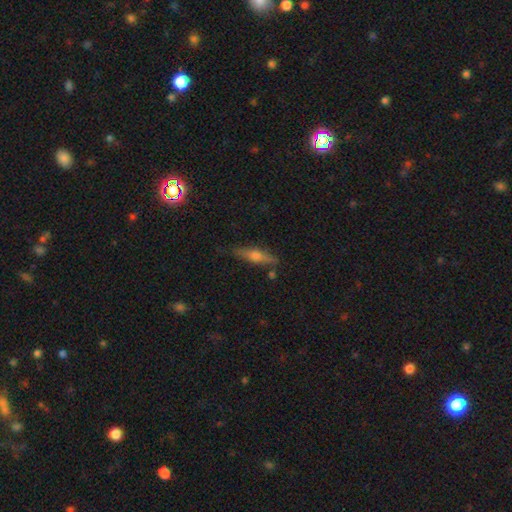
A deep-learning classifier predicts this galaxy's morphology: This appears to be a featured or disk galaxy (57%) viewed edge-on (94%) with a rounded central bulge (88%). Merging: none (81%).